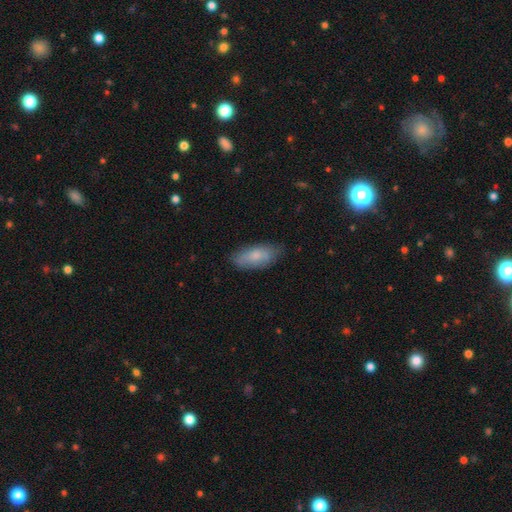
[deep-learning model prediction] Q: Smooth or featured?
A: smooth (74%); runner-up: featured or disk (20%)
Q: How rounded?
A: in between (82%); runner-up: cigar-shaped (16%)
Q: Merging?
A: none (75%); runner-up: minor disturbance (20%)